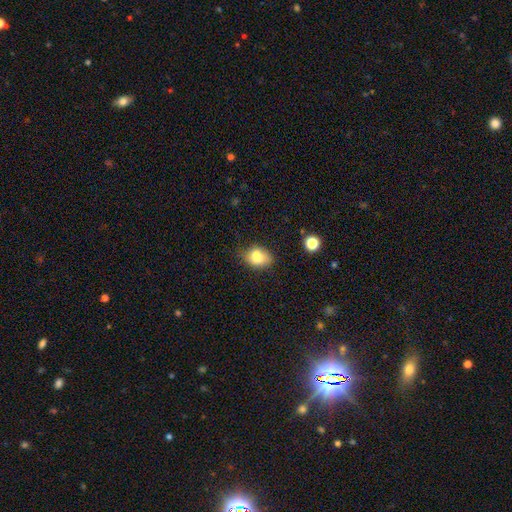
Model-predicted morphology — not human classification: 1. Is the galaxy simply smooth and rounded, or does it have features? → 82% smooth, 9% star or artifact, 9% featured or disk.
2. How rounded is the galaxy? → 69% in between, 30% round, 1% cigar-shaped.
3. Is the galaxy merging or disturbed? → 62% none, 28% minor disturbance, 6% major disturbance, 3% merger.